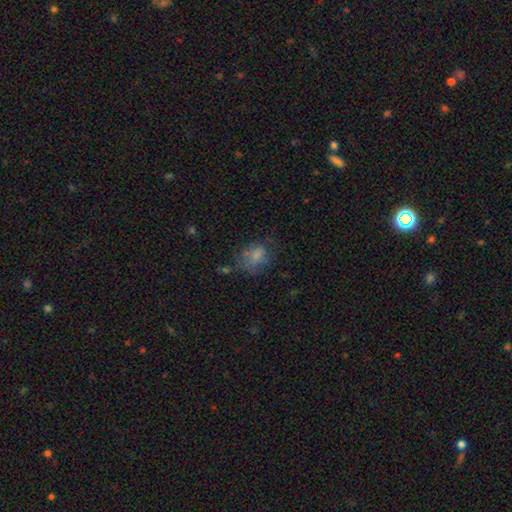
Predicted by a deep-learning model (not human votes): This appears to be a smooth galaxy with no disk features (70%) that is in between round and cigar-shaped (65%). Merging: none (47%).